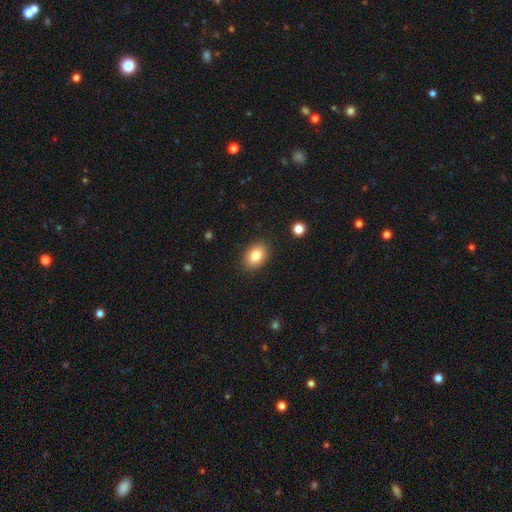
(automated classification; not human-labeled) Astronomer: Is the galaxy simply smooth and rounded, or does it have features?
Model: smooth — 83%.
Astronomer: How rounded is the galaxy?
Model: in between — 79%.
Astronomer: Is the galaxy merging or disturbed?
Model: none — 88%.